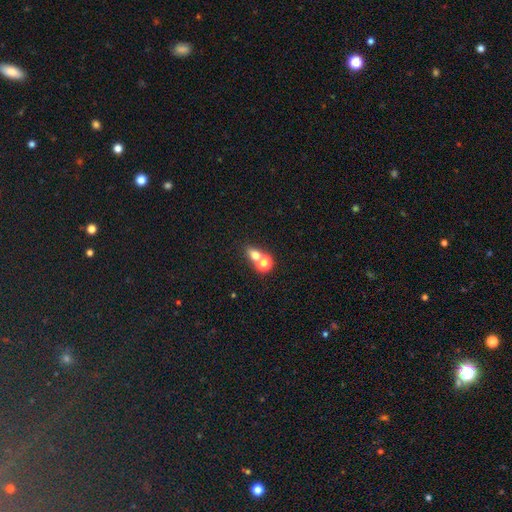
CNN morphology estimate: This appears to be a smooth galaxy with no disk features (69%) that is round (53%). Merging: merger (52%).